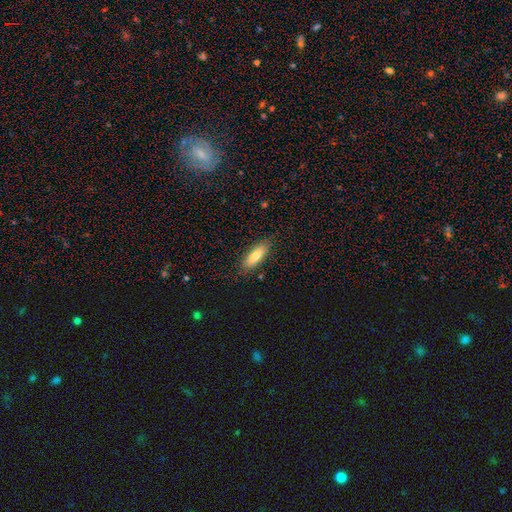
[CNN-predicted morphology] Q: Smooth or featured?
A: smooth (76%); runner-up: featured or disk (17%)
Q: How rounded?
A: in between (62%); runner-up: cigar-shaped (35%)
Q: Merging?
A: none (85%); runner-up: minor disturbance (12%)